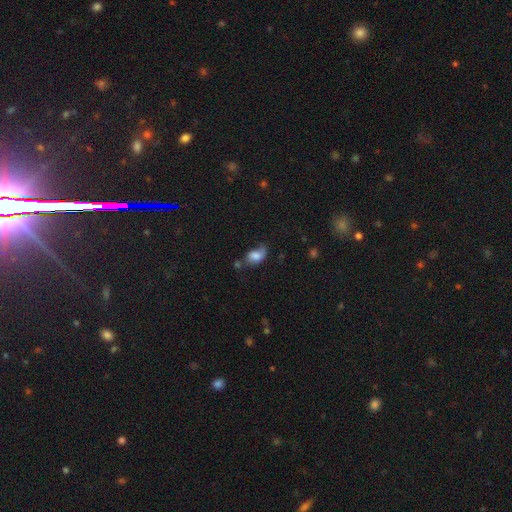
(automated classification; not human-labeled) Smooth or featured? smooth (66%)
How rounded? in between (82%)
Merging? none (36%)